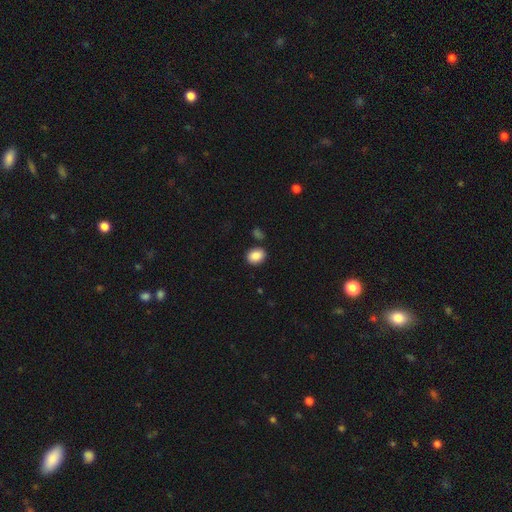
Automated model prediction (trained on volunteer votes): Overall: smooth (88%). How rounded: in between (60%; round 39%). Merging: none (82%).